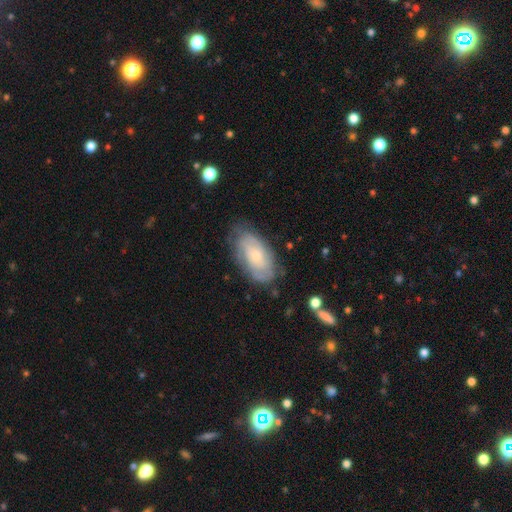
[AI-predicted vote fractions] Smooth or featured? Predicted: featured or disk (p=0.67). Edge-on disk? Predicted: no (p=0.94). Bar? Predicted: no (p=0.76). Spiral arms? Predicted: yes (p=0.84). Spiral winding? Predicted: tight (p=0.66). Spiral arm count? Predicted: can't tell (p=0.53). Bulge size? Predicted: small (p=0.66). Merging? Predicted: none (p=0.71).